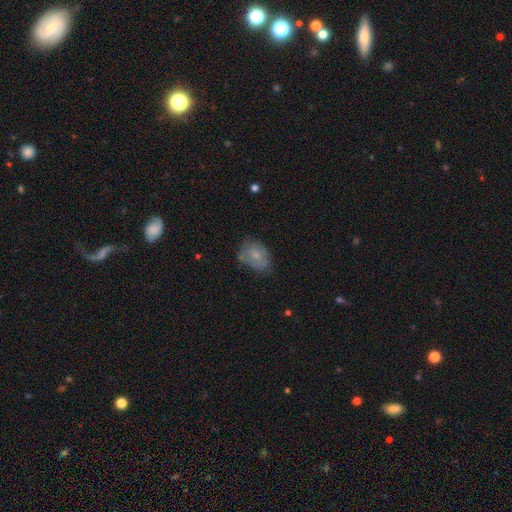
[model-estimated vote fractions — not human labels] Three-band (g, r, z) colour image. It shows a smooth galaxy with no disk features (66%) that is in between round and cigar-shaped (69%). Merging: none (52%).